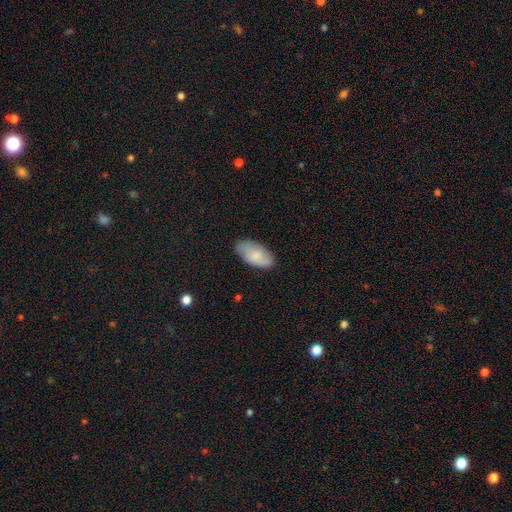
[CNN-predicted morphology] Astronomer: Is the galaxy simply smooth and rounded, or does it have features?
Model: smooth — 78%.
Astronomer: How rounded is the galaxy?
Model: in between — 94%.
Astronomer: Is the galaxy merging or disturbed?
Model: none — 80%.